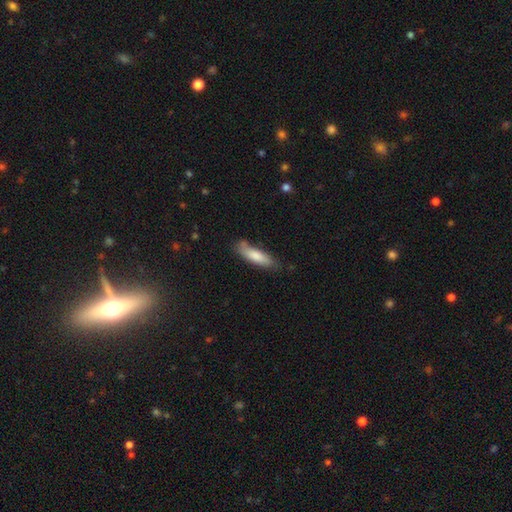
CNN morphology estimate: This appears to be a smooth galaxy with no disk features (78%) that is cigar-shaped (60%). Merging: none (69%).